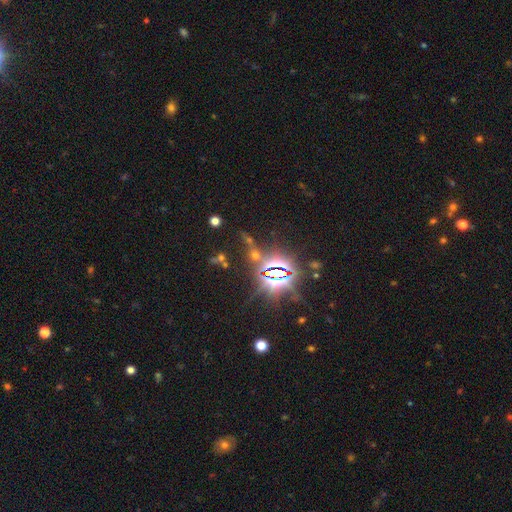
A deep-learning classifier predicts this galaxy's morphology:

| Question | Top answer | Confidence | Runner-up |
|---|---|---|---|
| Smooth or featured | star or artifact | 78% | smooth (11%) |